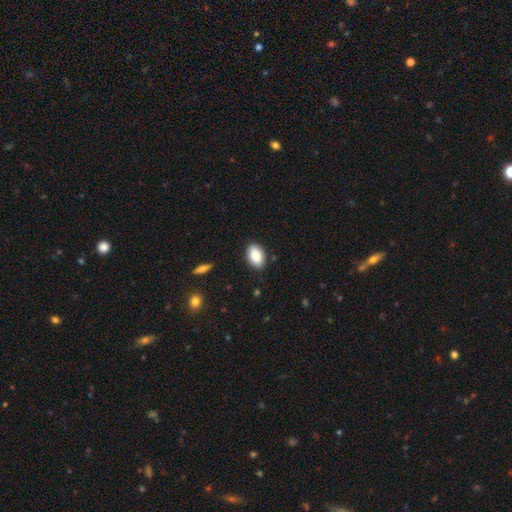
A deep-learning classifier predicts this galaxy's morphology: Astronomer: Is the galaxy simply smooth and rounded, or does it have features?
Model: smooth — 85%.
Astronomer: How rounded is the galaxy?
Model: in between — 92%.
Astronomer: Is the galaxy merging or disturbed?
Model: none — 86%.